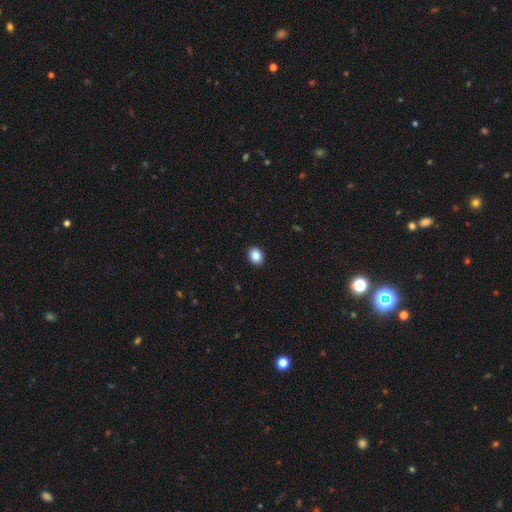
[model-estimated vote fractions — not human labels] This is clearly a smooth galaxy (88%). How rounded: possibly round (53%). Merging: clearly none (91%).